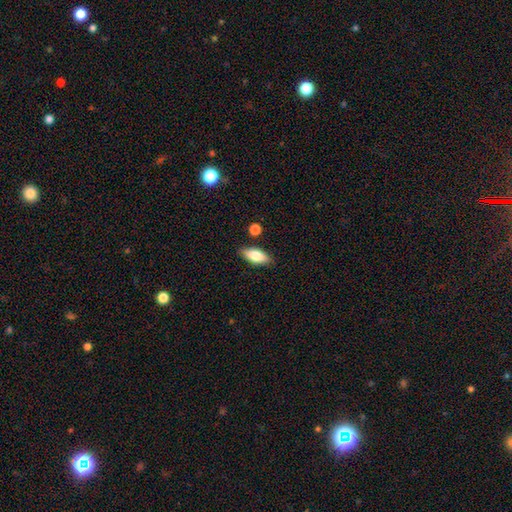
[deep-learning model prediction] A smooth galaxy with no disk features (77%) that is in between round and cigar-shaped (81%).

Vote fractions:
- Smooth or featured? smooth: 77% / featured or disk: 16% / star or artifact: 7%
- How rounded? in between: 81% / cigar-shaped: 16% / round: 3%
- Merging? none: 82% / minor disturbance: 12% / merger: 4% / major disturbance: 3%